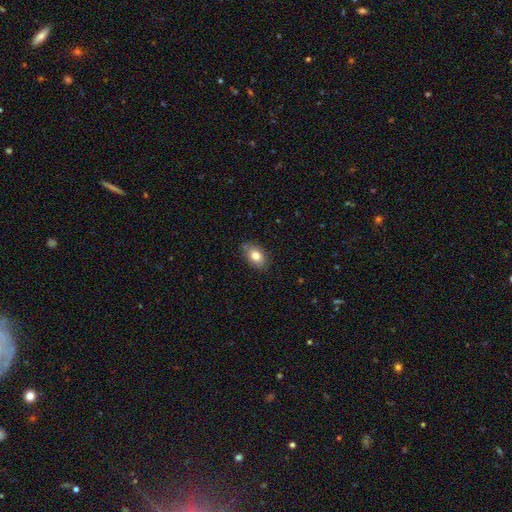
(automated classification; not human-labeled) Smooth or featured: smooth — 80% (featured or disk — 12%)
How rounded: in between — 87% (round — 11%)
Merging: none — 81% (minor disturbance — 15%)